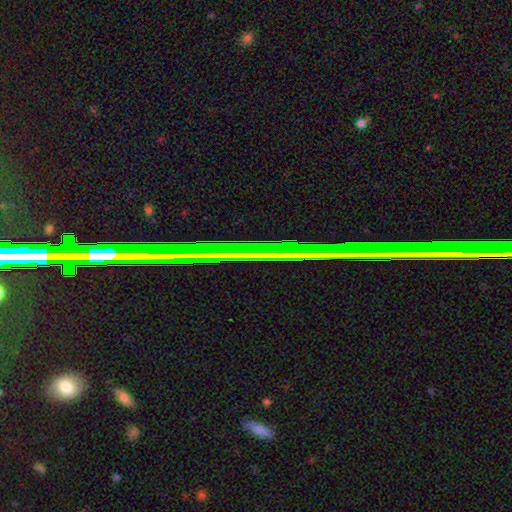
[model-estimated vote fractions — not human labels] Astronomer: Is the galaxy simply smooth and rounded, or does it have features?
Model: star or artifact — 80%.